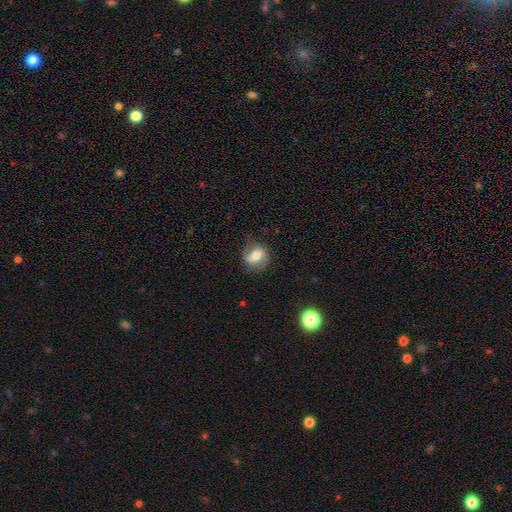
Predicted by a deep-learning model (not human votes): smooth_or_featured: smooth (p=0.57) [alt: featured or disk p=0.34]
how_rounded: round (p=0.59) [alt: in between p=0.39]
merging: none (p=0.71) [alt: minor disturbance p=0.20]